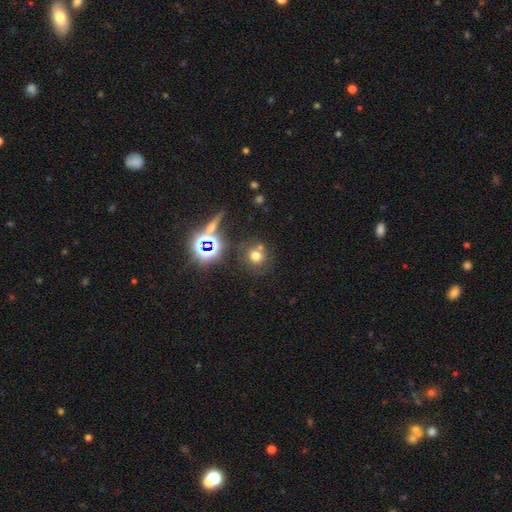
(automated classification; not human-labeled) Smooth or featured? smooth (63%)
How rounded? round (86%)
Merging? none (68%)